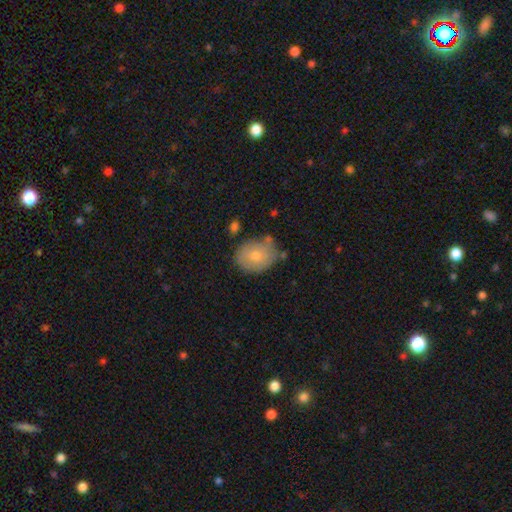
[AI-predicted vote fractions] Q: Smooth or featured?
A: smooth (72%); runner-up: featured or disk (21%)
Q: How rounded?
A: round (53%); runner-up: in between (46%)
Q: Merging?
A: none (62%); runner-up: minor disturbance (25%)